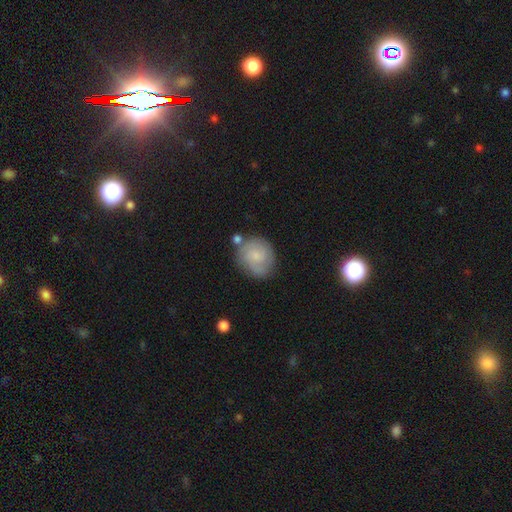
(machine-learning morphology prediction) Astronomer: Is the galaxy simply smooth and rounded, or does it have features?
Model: smooth — 55% (runner-up: featured or disk, 38%).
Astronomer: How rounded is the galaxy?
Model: round — 77%.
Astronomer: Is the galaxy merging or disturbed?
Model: none — 65%.